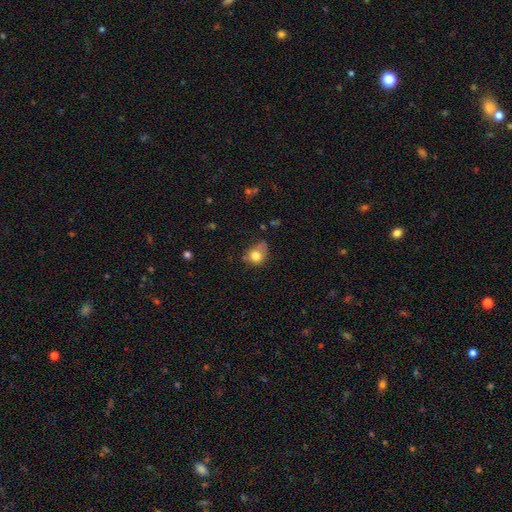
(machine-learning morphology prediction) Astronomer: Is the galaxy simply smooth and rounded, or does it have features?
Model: smooth — 76%.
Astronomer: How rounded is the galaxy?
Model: round — 56% (runner-up: in between, 43%).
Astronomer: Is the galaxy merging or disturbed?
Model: none — 39% (runner-up: minor disturbance, 36%).